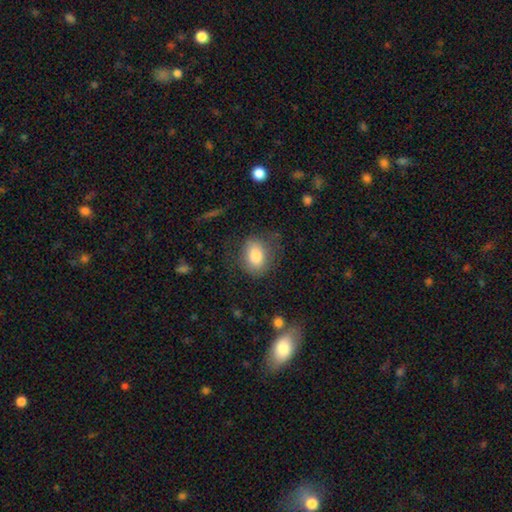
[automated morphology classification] Smooth or featured? smooth (79%)
How rounded? in between (65%)
Merging? none (69%)